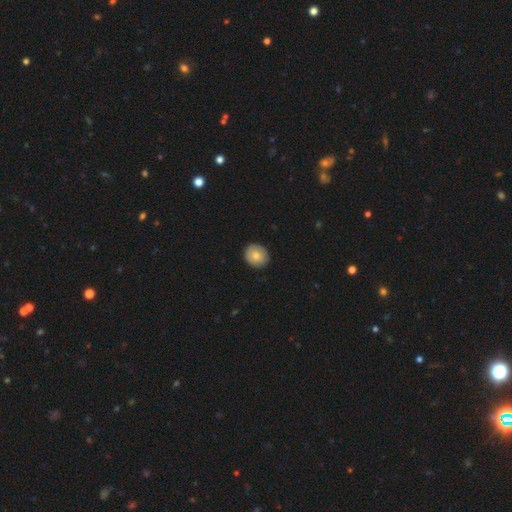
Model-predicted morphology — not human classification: type=smooth (78%); roundness=round (83%); merging=none (89%).